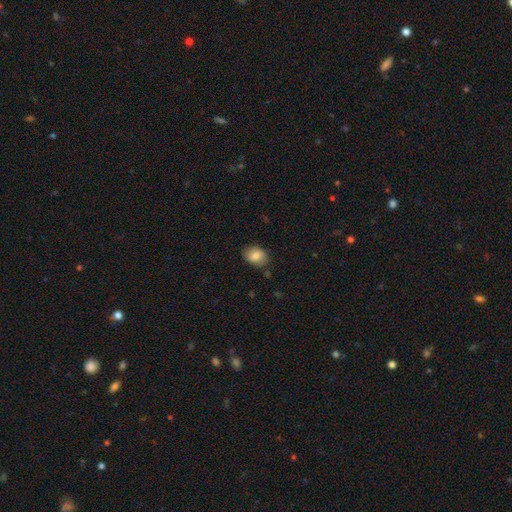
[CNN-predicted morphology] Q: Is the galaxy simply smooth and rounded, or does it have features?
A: smooth — 81%.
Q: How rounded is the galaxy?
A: in between — 69%.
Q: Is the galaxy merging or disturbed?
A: none — 77%.